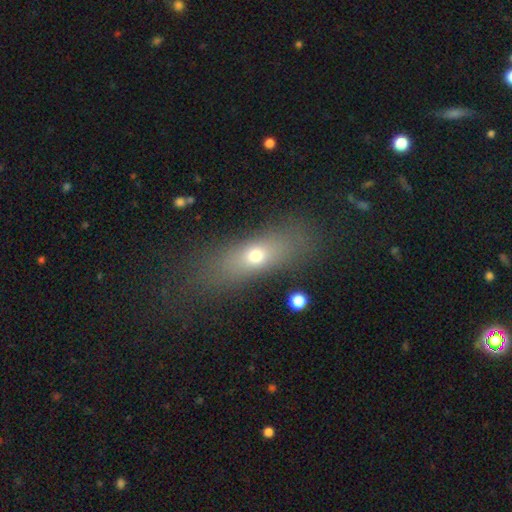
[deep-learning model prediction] Smooth or featured: smooth — 64% (featured or disk — 22%)
How rounded: in between — 54% (cigar-shaped — 35%)
Merging: none — 72% (minor disturbance — 14%)